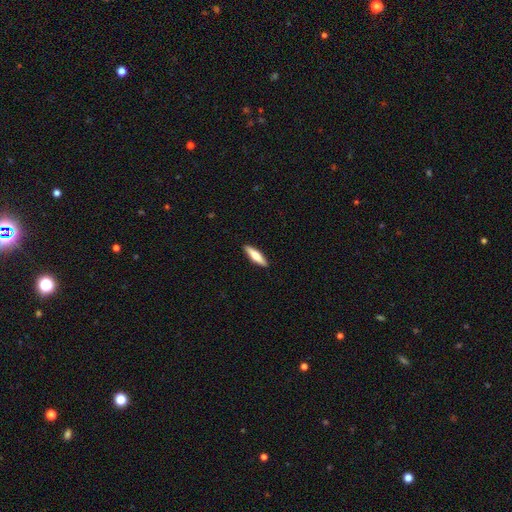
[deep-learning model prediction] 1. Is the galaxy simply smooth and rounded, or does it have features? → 66% smooth, 29% featured or disk, 5% star or artifact.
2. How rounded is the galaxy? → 72% cigar-shaped, 26% in between, 2% round.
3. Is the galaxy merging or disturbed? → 91% none, 7% minor disturbance, 1% major disturbance, 1% merger.